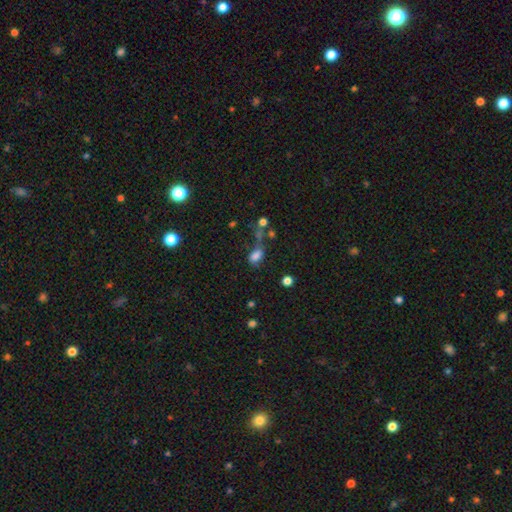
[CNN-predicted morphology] The model was most divided on "merging": none: 35%, major disturbance: 23%, minor disturbance: 21%, merger: 20%. More confident: how rounded — in between (82%); smooth or featured — smooth (75%).